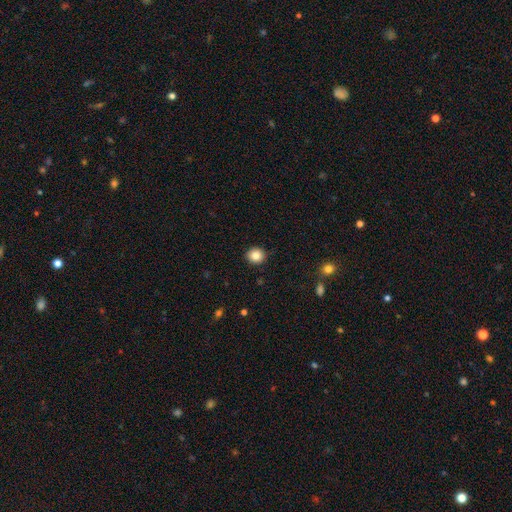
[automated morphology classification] Smooth or featured? smooth (85%)
How rounded? round (85%)
Merging? none (92%)